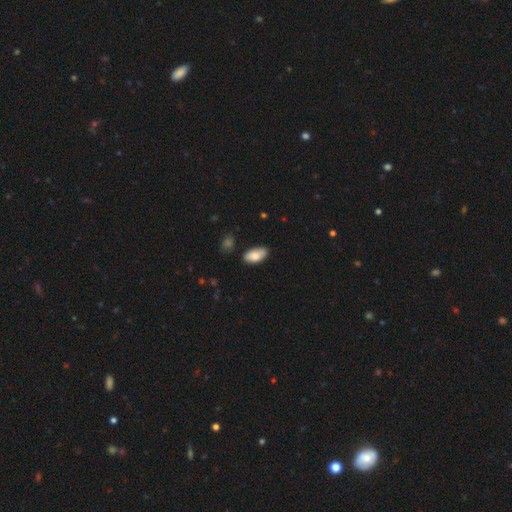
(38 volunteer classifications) Smooth or featured? smooth (89%)
How rounded? in between (100%)
Merging? none (92%)